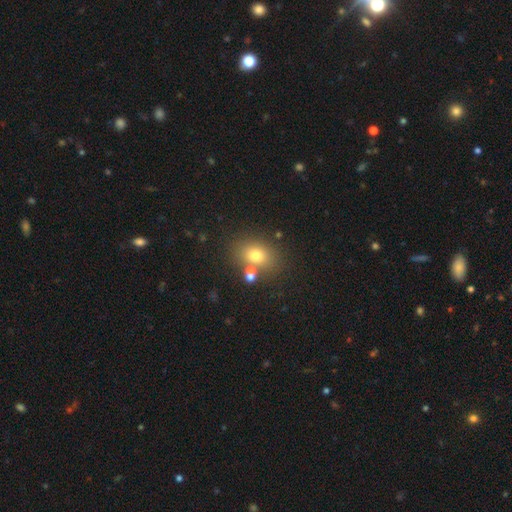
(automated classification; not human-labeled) smooth-or-featured: smooth: 74% | star or artifact: 14% | featured or disk: 12%
  how-rounded: in between: 58% | round: 41% | cigar-shaped: 1%
  merging: none: 70% | merger: 14% | minor disturbance: 11% | major disturbance: 4%